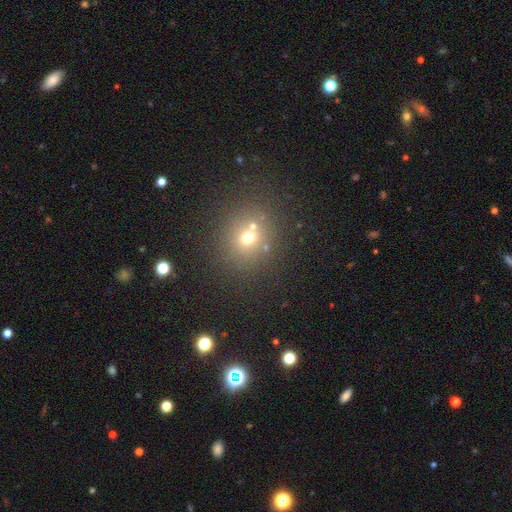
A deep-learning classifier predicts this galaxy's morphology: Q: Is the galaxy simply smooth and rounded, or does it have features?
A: smooth — 54%.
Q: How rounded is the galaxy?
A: round — 71%.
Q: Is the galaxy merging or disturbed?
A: none — 86%.